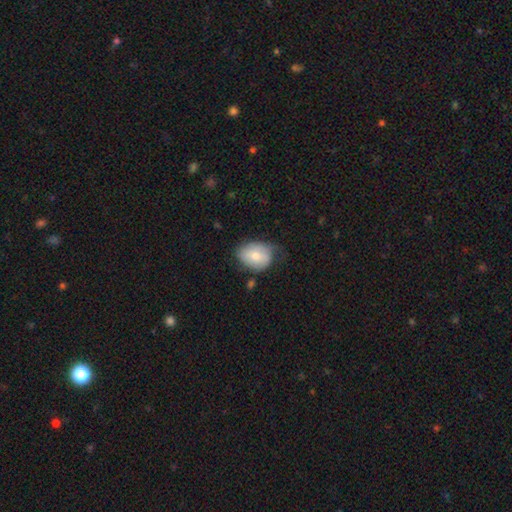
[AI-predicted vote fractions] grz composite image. It shows a smooth galaxy with no disk features (73%) that is in between round and cigar-shaped (68%). Merging: none (49%).